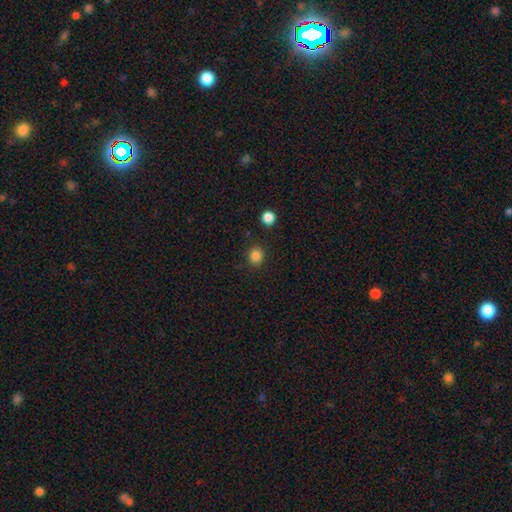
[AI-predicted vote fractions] Overall: smooth (84%). How rounded: round (86%). Merging: none (86%).